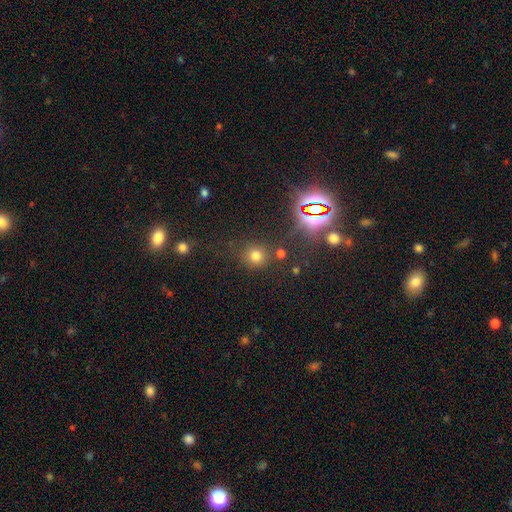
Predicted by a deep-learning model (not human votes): Smooth or featured? Predicted: smooth (p=0.69). How rounded? Predicted: round (p=0.88). Merging? Predicted: none (p=0.75).